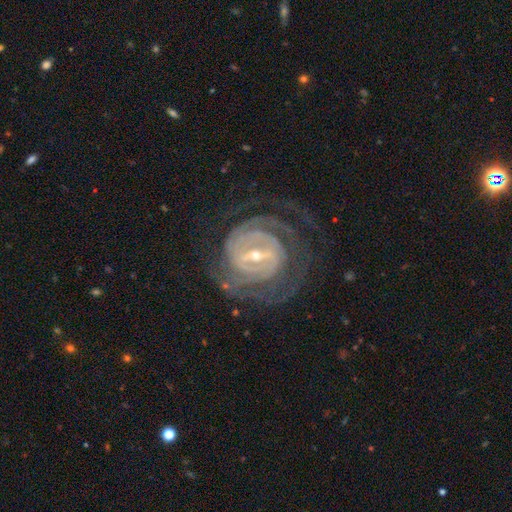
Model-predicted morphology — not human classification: A featured or disk galaxy (91%) with a strong bar (56%), 2 (29%) tight (70%) spiral arms (97%) and a small central bulge (67%).

Vote fractions:
- Smooth or featured? featured or disk: 91% / star or artifact: 5% / smooth: 4%
- Edge-on disk? no: 96% / yes: 4%
- Bar? strong: 56% / weak: 35% / no: 9%
- Spiral arms? yes: 97% / no: 3%
- Spiral winding? tight: 70% / medium: 25% / loose: 5%
- Spiral arm count? 2: 29% / can't tell: 24% / 3: 19% / 4: 14% / more than 4: 7% / 1: 6%
- Bulge size? small: 67% / moderate: 29% / large: 2% / none: 1% / dominant: 1%
- Merging? none: 70% / major disturbance: 15% / minor disturbance: 14% / merger: 1%